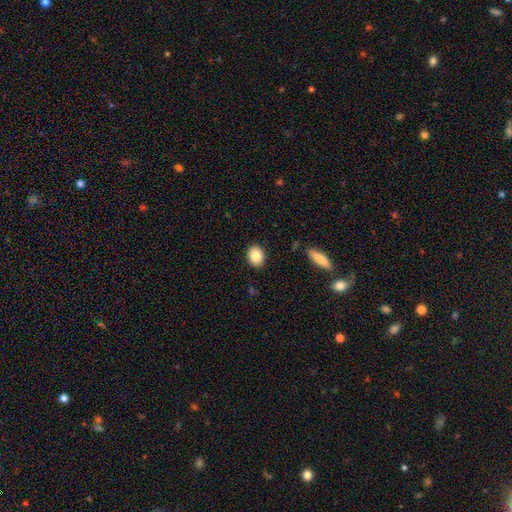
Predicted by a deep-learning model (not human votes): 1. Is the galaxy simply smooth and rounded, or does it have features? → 85% smooth, 8% star or artifact, 7% featured or disk.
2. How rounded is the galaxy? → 54% in between, 45% round, 1% cigar-shaped.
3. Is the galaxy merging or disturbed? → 90% none, 7% minor disturbance, 2% major disturbance, 1% merger.